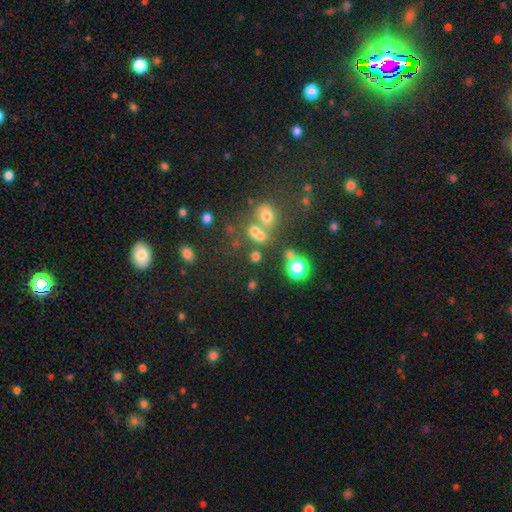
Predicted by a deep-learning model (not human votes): smooth-or-featured: smooth: 55% | star or artifact: 30% | featured or disk: 14%
  how-rounded: round: 66% | in between: 32% | cigar-shaped: 2%
  merging: none: 48% | merger: 35% | minor disturbance: 10% | major disturbance: 7%